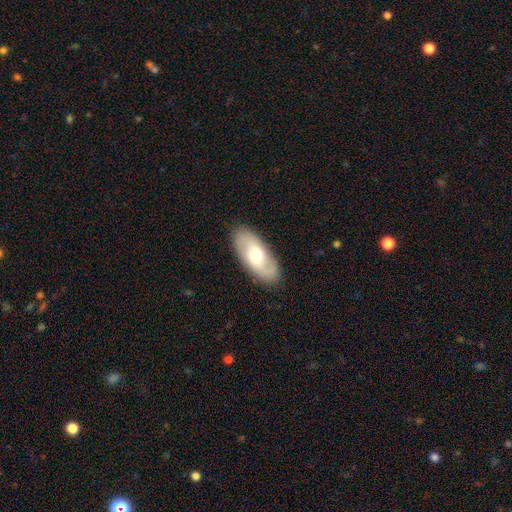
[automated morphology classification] smooth_or_featured: featured or disk (p=0.53) [alt: smooth p=0.41]
disk_edge_on: no (p=0.88) [alt: yes p=0.12]
merging: none (p=0.87) [alt: minor disturbance p=0.09]